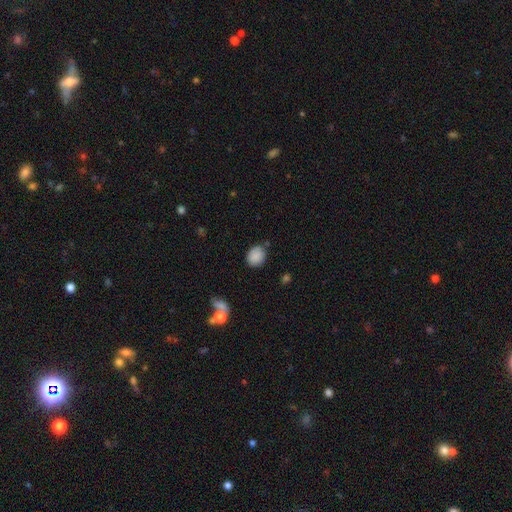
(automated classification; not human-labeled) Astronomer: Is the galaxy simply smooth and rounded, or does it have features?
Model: smooth — 87%.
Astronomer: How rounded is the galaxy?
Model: round — 55% (runner-up: in between, 43%).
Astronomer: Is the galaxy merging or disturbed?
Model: none — 75%.